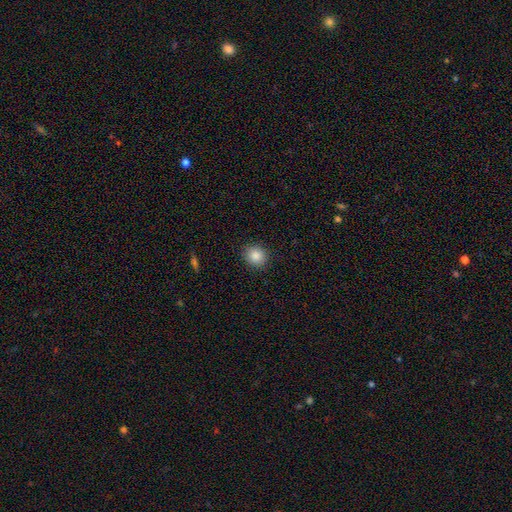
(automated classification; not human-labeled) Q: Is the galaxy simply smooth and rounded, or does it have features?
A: smooth — 87%.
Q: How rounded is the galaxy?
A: round — 85%.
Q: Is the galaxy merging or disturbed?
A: none — 91%.